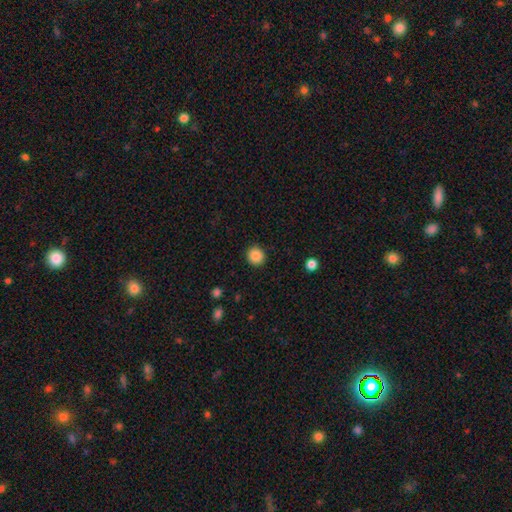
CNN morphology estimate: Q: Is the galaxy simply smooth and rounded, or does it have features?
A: smooth — 88%.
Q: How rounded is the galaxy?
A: round — 88%.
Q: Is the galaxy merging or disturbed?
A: none — 91%.